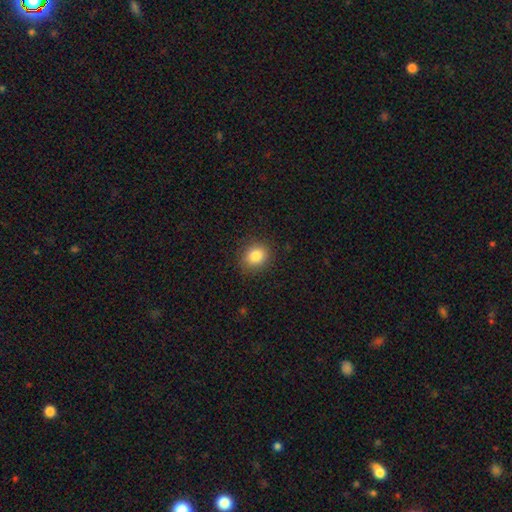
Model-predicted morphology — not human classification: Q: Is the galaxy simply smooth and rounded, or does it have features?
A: smooth — 84%.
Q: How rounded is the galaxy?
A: round — 67%.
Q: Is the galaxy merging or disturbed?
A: none — 87%.